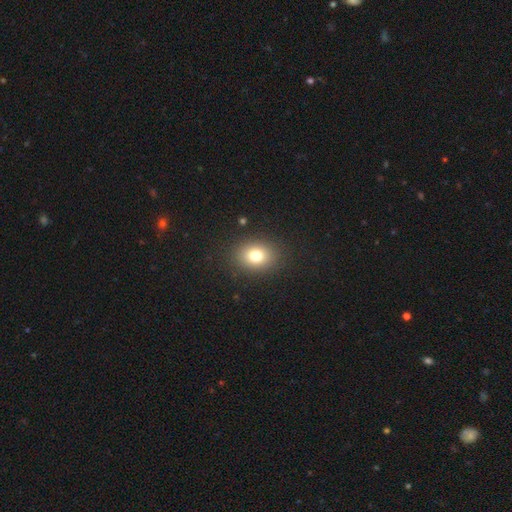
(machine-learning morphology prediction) Smooth or featured?
  - smooth: 77% *
  - star or artifact: 12%
  - featured or disk: 10%
How rounded?
  - in between: 51% *
  - round: 48%
  - cigar-shaped: 1%
Merging?
  - none: 88% *
  - minor disturbance: 8%
  - major disturbance: 3%
  - merger: 1%